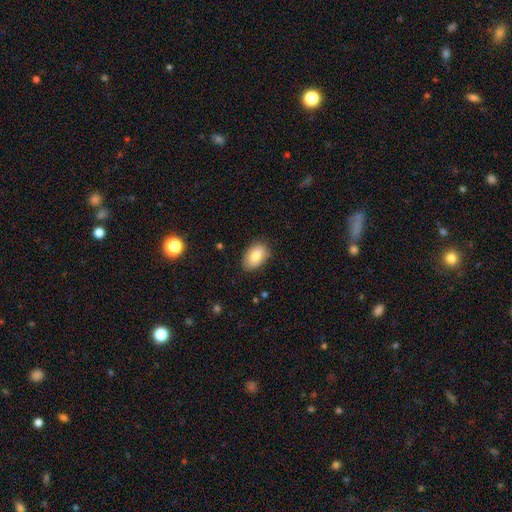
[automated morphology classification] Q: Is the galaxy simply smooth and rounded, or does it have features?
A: smooth — 85%.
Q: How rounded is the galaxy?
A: in between — 92%.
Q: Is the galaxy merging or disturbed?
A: none — 82%.